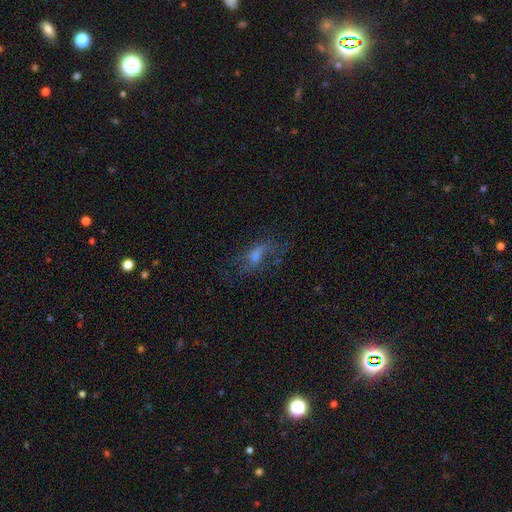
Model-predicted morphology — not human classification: Smooth or featured: featured or disk — 50% (smooth — 33%)
Merging: none — 51% (major disturbance — 25%)